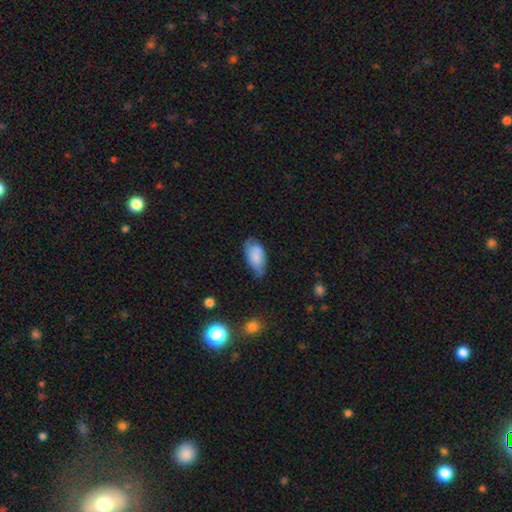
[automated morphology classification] Smooth or featured: smooth — 72% (featured or disk — 20%)
How rounded: in between — 93% (cigar-shaped — 4%)
Merging: none — 55% (minor disturbance — 34%)